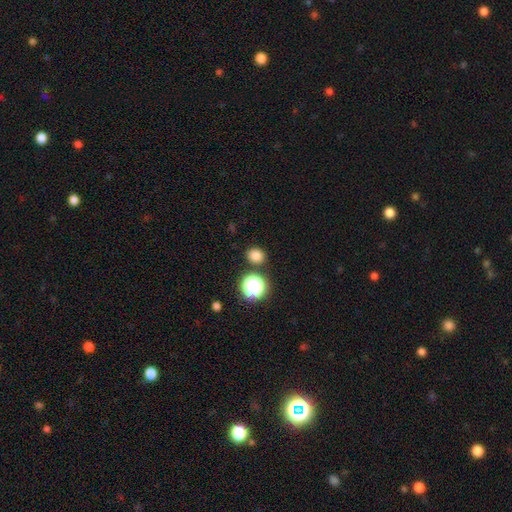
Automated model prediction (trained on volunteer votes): smooth 77%, star or artifact 17%, featured or disk 6%. Down the decision tree: how rounded — round (71%); merging — none (84%).